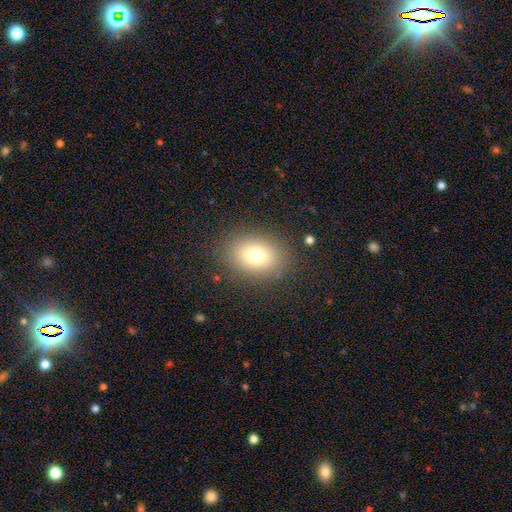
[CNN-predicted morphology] smooth 74%, featured or disk 13%, star or artifact 13%. Down the decision tree: how rounded — in between (69%); merging — none (85%).